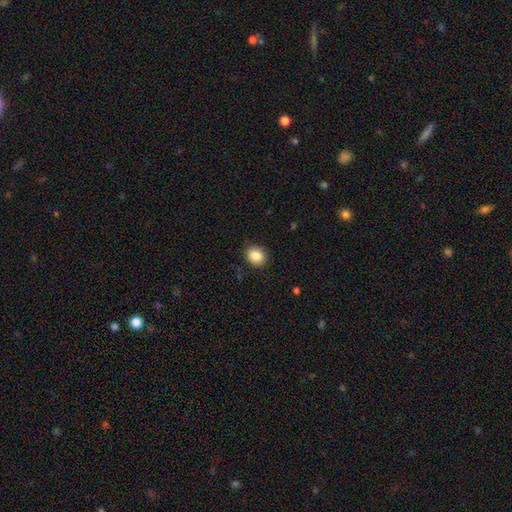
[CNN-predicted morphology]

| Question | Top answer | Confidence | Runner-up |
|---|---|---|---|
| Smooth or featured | smooth | 87% | star or artifact (9%) |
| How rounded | round | 61% | in between (38%) |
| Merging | none | 88% | minor disturbance (9%) |